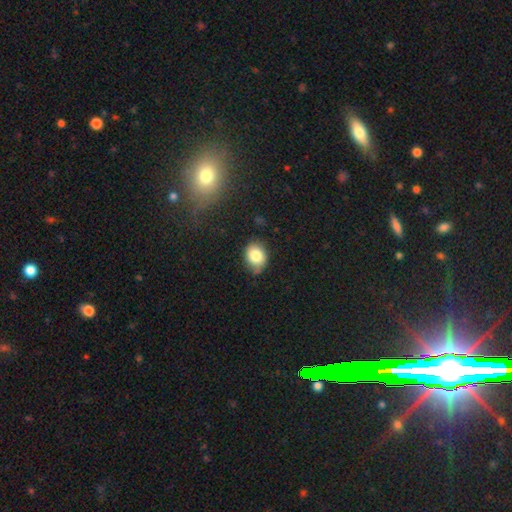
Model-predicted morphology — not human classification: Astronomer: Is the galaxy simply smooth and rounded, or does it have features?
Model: smooth — 82%.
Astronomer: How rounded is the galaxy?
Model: round — 50% (runner-up: in between, 49%).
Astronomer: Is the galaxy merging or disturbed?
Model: none — 71%.